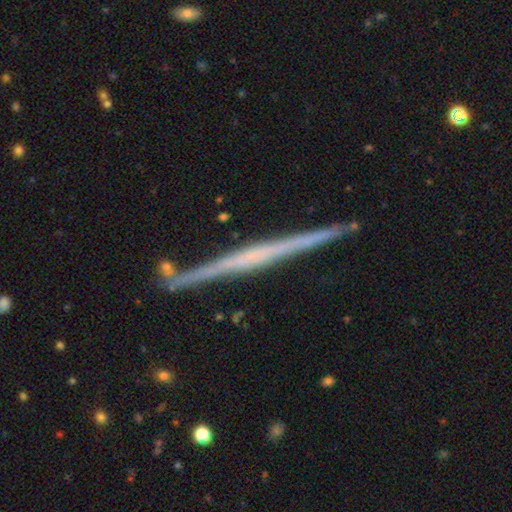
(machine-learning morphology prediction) smooth_or_featured: featured or disk (p=0.75) [alt: smooth p=0.20]
disk_edge_on: yes (p=0.98) [alt: no p=0.02]
edge_on_bulge: none (p=0.76) [alt: rounded p=0.15]
merging: none (p=0.90) [alt: minor disturbance p=0.07]